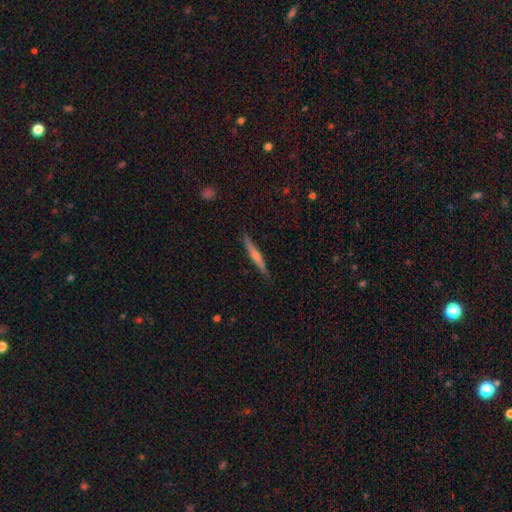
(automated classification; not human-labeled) A featured or disk galaxy (63%) viewed edge-on (97%) with a rounded central bulge (72%). Merging: none (87%).